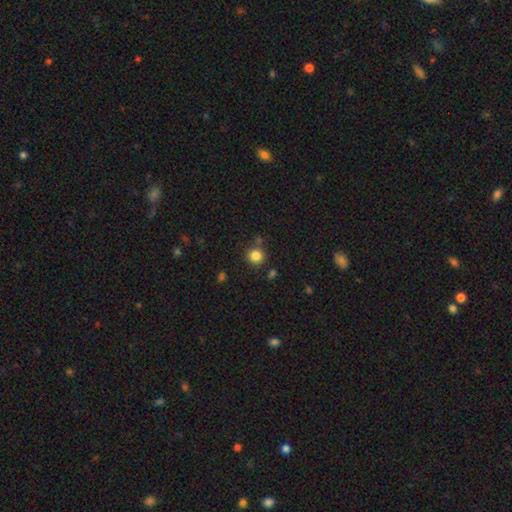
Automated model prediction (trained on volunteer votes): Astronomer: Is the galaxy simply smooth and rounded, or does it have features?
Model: smooth — 84%.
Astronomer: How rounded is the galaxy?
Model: round — 92%.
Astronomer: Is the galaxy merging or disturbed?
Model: none — 81%.